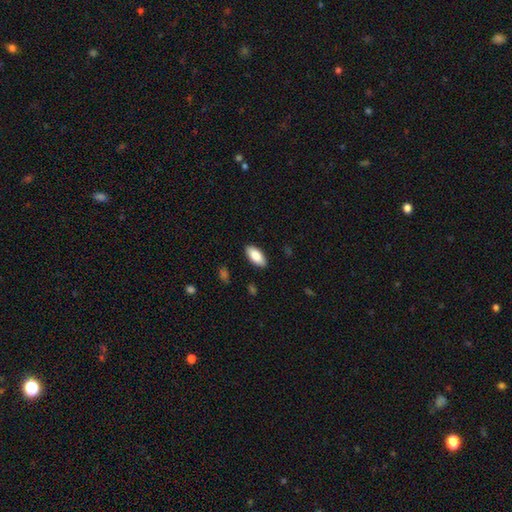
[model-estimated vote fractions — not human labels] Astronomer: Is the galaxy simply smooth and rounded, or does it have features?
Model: smooth — 85%.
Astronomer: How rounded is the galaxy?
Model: in between — 89%.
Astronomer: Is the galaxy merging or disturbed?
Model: none — 89%.